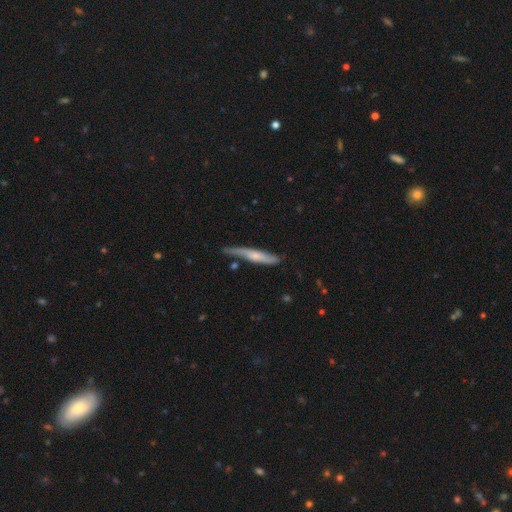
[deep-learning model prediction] Smooth or featured: smooth — 51% (featured or disk — 44%)
How rounded: cigar-shaped — 91% (in between — 8%)
Merging: none — 56% (minor disturbance — 30%)